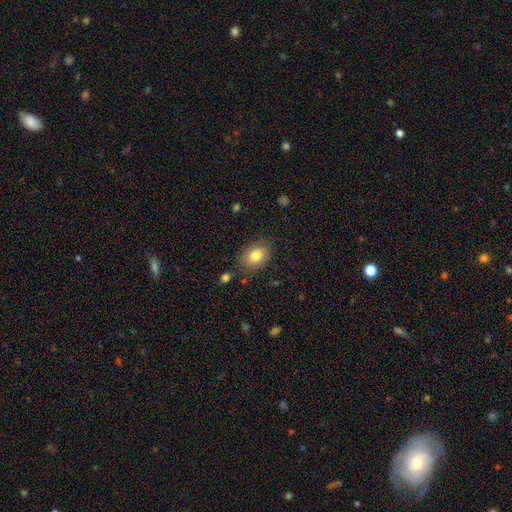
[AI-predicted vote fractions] Smooth or featured: smooth — 80% (featured or disk — 11%)
How rounded: in between — 70% (round — 29%)
Merging: none — 79% (minor disturbance — 15%)